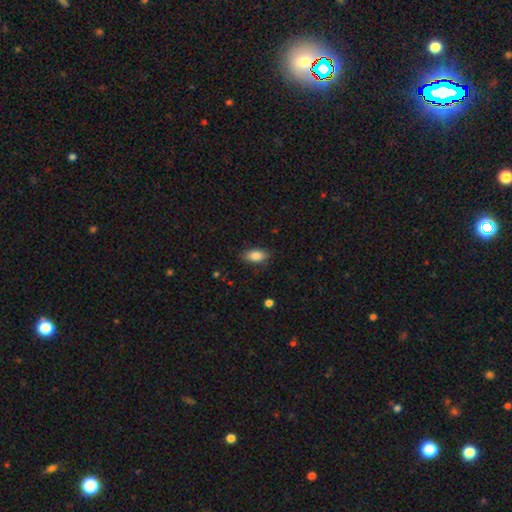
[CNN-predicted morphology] Smooth or featured? Predicted: smooth (p=0.86). How rounded? Predicted: in between (p=0.91). Merging? Predicted: none (p=0.86).